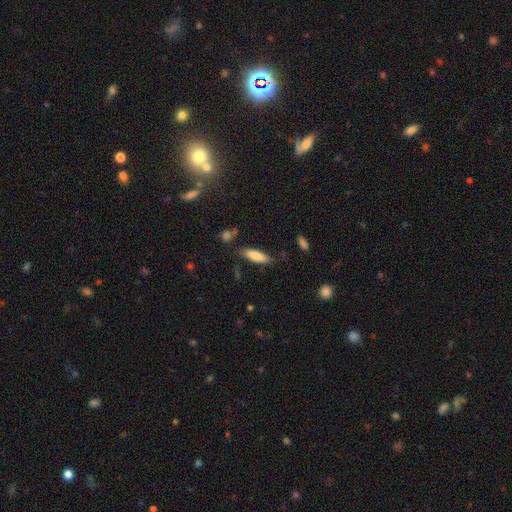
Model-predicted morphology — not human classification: smooth-or-featured: smooth: 82% | featured or disk: 11% | star or artifact: 6%
  how-rounded: cigar-shaped: 51% | in between: 48% | round: 2%
  merging: none: 75% | minor disturbance: 18% | major disturbance: 4% | merger: 3%